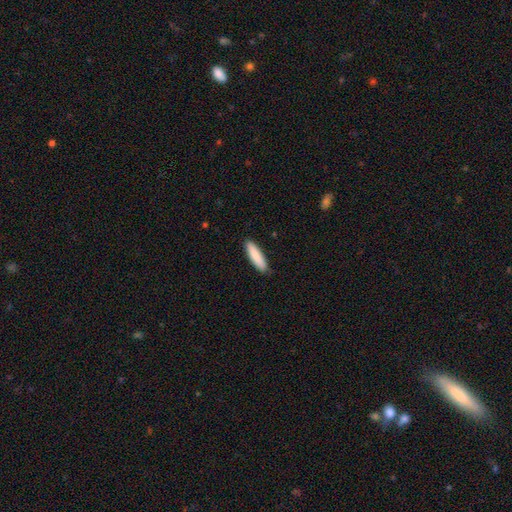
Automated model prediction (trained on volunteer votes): Smooth or featured? Predicted: smooth (p=0.88). How rounded? Predicted: cigar-shaped (p=0.70). Merging? Predicted: none (p=0.89).